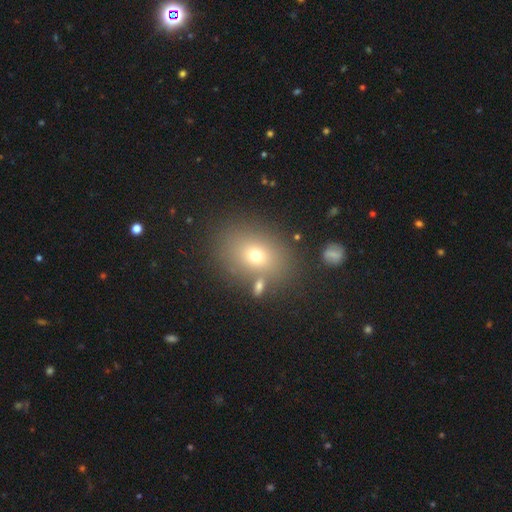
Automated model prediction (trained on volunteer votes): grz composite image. It shows a smooth galaxy with no disk features (68%) that is in between round and cigar-shaped (58%). Merging: none (75%).